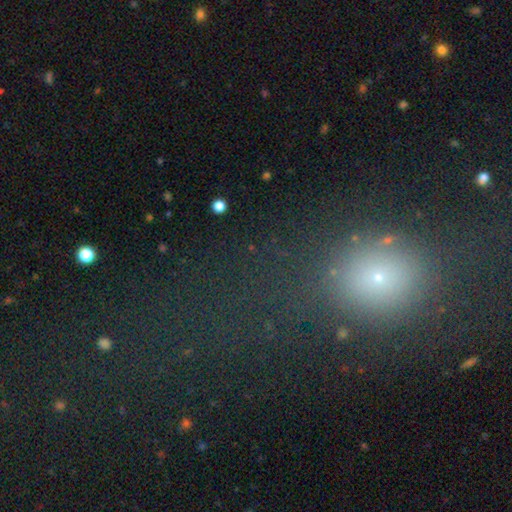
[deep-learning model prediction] Smooth or featured: smooth — 49% (star or artifact — 39%)
Merging: none — 66% (major disturbance — 14%)